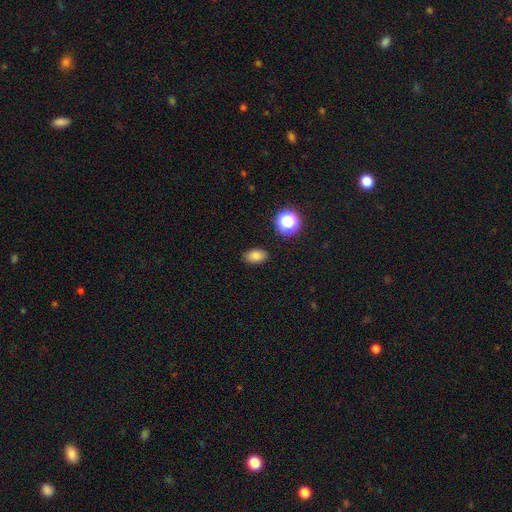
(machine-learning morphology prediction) Smooth or featured? Predicted: smooth (p=0.82). How rounded? Predicted: in between (p=0.85). Merging? Predicted: none (p=0.87).